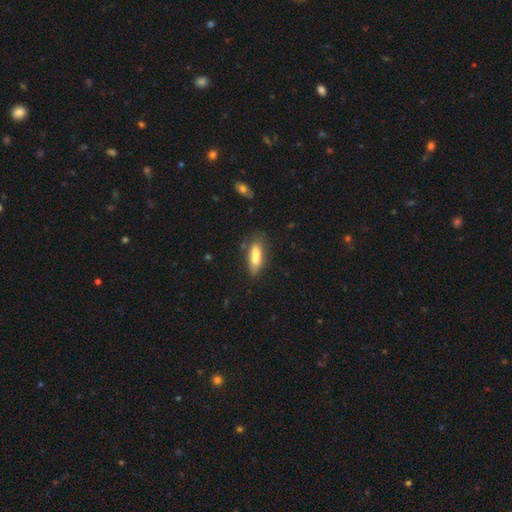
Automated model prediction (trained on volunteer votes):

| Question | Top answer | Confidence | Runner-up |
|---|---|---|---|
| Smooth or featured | smooth | 69% | featured or disk (23%) |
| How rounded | in between | 57% | cigar-shaped (41%) |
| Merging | none | 51% | minor disturbance (23%) |